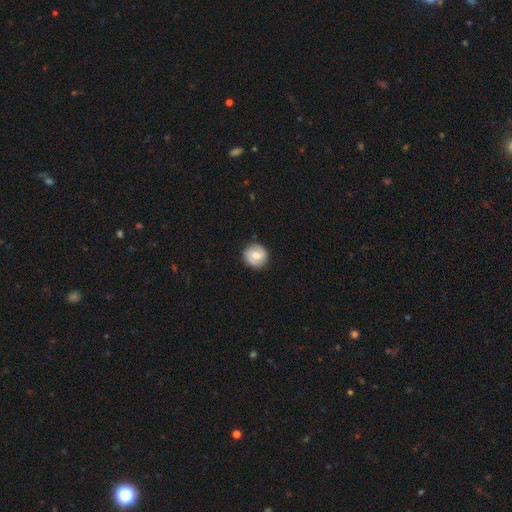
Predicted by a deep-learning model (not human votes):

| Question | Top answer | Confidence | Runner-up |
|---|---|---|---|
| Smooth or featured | smooth | 67% | featured or disk (26%) |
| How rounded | round | 91% | in between (8%) |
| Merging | none | 87% | minor disturbance (9%) |